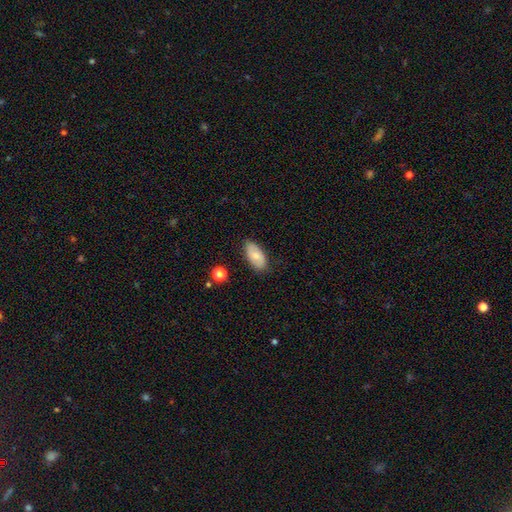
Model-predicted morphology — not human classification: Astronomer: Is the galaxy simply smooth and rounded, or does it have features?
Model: smooth — 70%.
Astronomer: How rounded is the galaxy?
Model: in between — 93%.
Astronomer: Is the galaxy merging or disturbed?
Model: none — 80%.